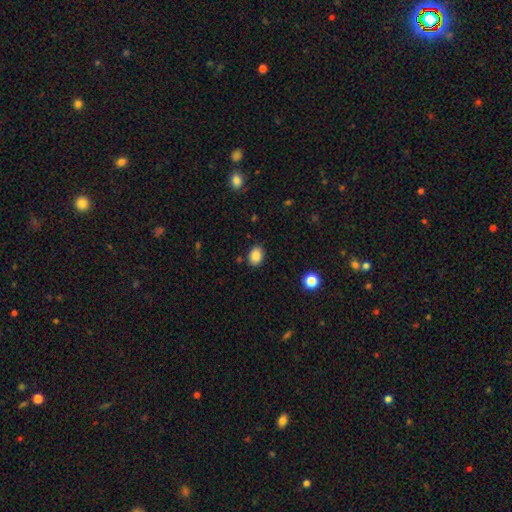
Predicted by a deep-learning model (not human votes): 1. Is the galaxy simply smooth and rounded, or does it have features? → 87% smooth, 9% star or artifact, 4% featured or disk.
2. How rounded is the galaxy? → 68% in between, 32% round, 1% cigar-shaped.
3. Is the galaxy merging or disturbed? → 84% none, 11% minor disturbance, 3% major disturbance, 2% merger.